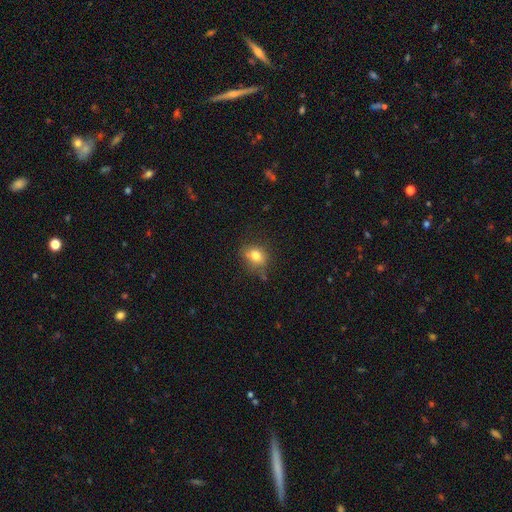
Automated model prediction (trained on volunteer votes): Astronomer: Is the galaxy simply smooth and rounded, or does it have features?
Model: smooth — 77%.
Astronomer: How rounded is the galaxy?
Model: round — 51% (runner-up: in between, 47%).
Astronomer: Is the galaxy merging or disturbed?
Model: none — 66%.